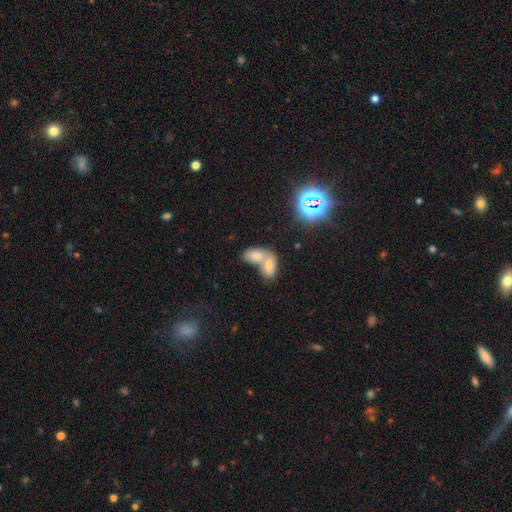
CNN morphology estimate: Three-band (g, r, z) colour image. It shows a smooth galaxy with no disk features (70%) that is in between round and cigar-shaped (91%). Merging: merger (74%).